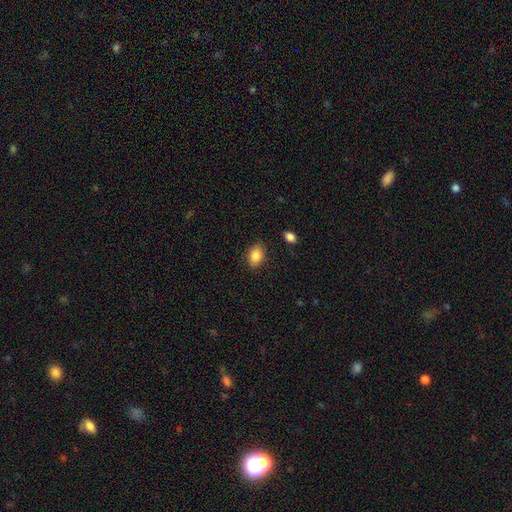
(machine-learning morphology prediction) This appears to be a smooth galaxy with no disk features (86%) that is in between round and cigar-shaped (80%). Merging: none (85%).